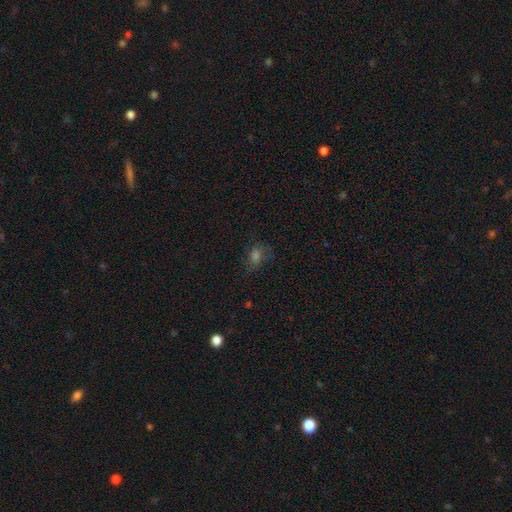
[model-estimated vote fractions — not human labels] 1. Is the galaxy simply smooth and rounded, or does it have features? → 54% smooth, 28% star or artifact, 18% featured or disk.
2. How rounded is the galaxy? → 59% in between, 39% round, 3% cigar-shaped.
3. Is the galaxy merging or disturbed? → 59% none, 22% minor disturbance, 17% major disturbance, 2% merger.